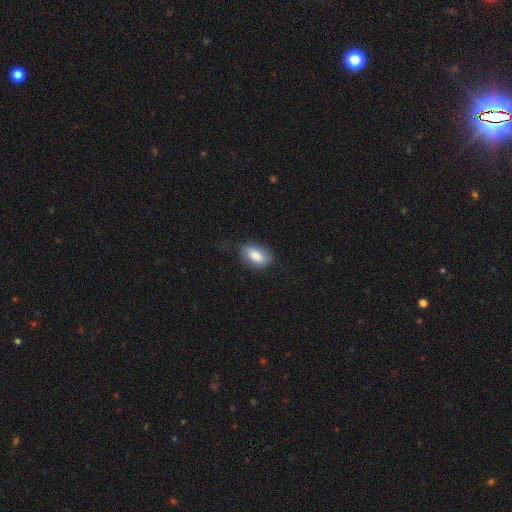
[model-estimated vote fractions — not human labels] Smooth or featured: smooth — 84% (featured or disk — 9%)
How rounded: in between — 91% (round — 6%)
Merging: none — 72% (minor disturbance — 21%)